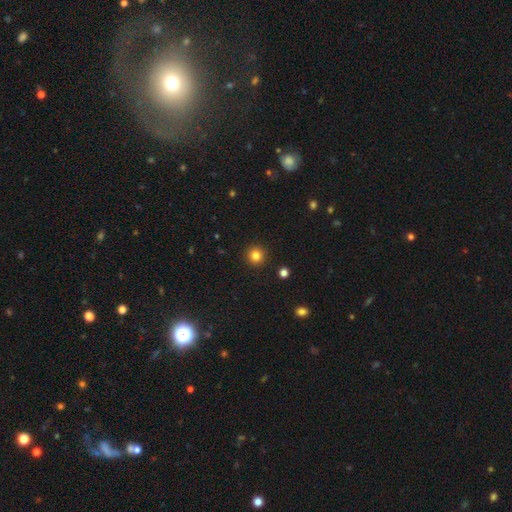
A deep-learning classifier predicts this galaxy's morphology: Q: Smooth or featured?
A: smooth (83%); runner-up: star or artifact (12%)
Q: How rounded?
A: round (95%); runner-up: in between (4%)
Q: Merging?
A: none (92%); runner-up: minor disturbance (5%)